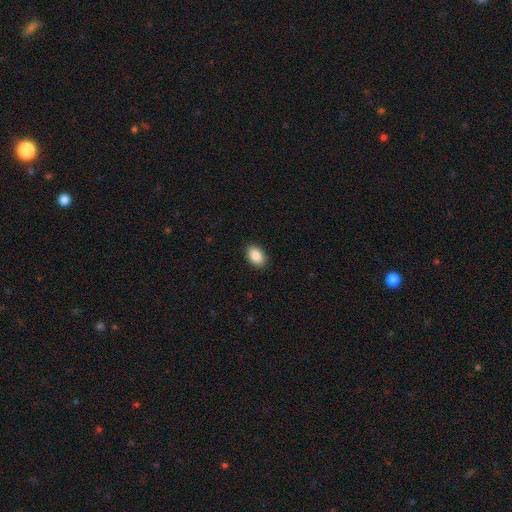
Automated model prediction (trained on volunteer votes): Morphology: type=smooth (88%); roundness=in between (89%); merging=none (90%).